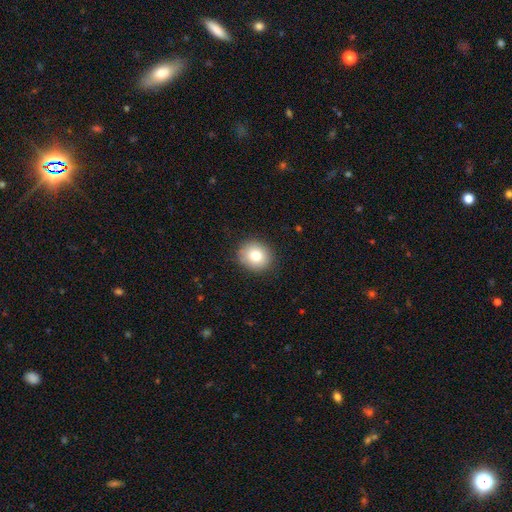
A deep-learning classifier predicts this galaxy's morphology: A smooth galaxy with no disk features (79%) that is round (84%). Merging: none (88%).